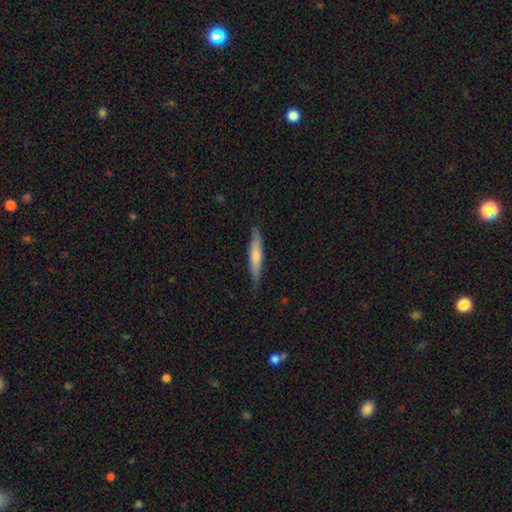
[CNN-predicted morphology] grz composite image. It shows a featured or disk galaxy (49%). Merging: none (84%).